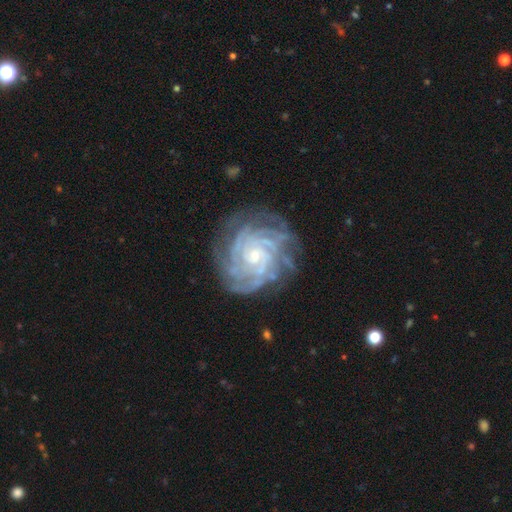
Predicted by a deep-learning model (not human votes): A featured or disk galaxy (90%) with no bar (71%), 4 (26%) tight (81%) spiral arms (98%) and a small central bulge (74%). Merging: none (76%).